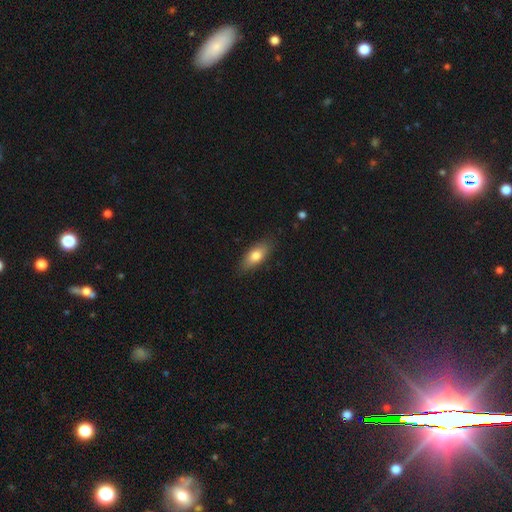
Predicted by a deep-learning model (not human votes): The model was most divided on "smooth or featured": smooth: 77%, featured or disk: 17%, star or artifact: 7%. More confident: merging — none (85%); how rounded — in between (81%).